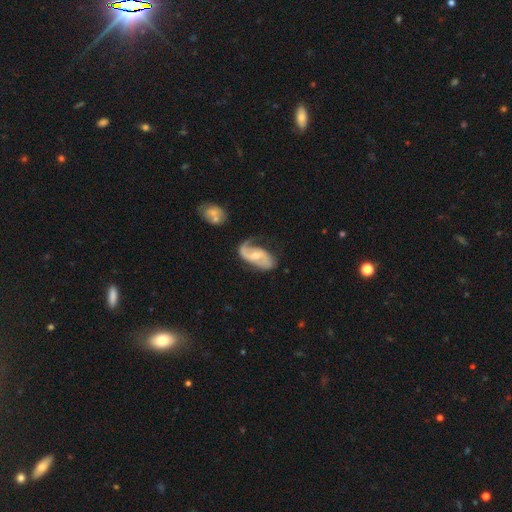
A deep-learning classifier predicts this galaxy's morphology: Smooth or featured: featured or disk — 82% (smooth — 12%)
Edge-on disk: no — 96% (yes — 4%)
Bar: weak — 45% (no — 41%)
Spiral arms: yes — 95% (no — 5%)
Spiral winding: medium — 44% (loose — 42%)
Spiral arm count: 2 — 81% (1 — 11%)
Bulge size: moderate — 46% (small — 43%)
Merging: none — 57% (minor disturbance — 24%)